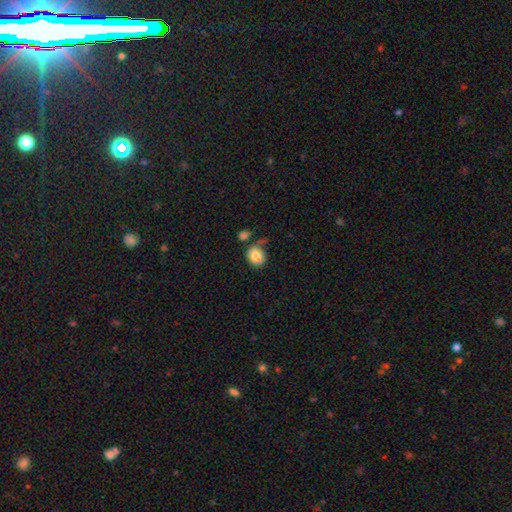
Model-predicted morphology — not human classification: Q: Smooth or featured?
A: smooth (80%); runner-up: featured or disk (12%)
Q: How rounded?
A: round (57%); runner-up: in between (42%)
Q: Merging?
A: none (48%); runner-up: minor disturbance (25%)